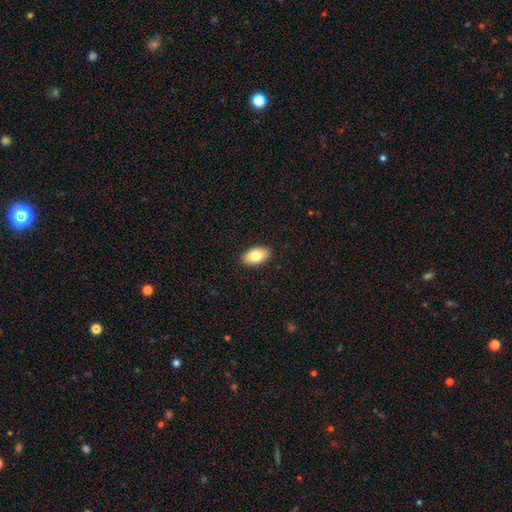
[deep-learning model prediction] This is clearly a smooth galaxy (82%). How rounded: clearly in between (94%). Merging: clearly none (90%).